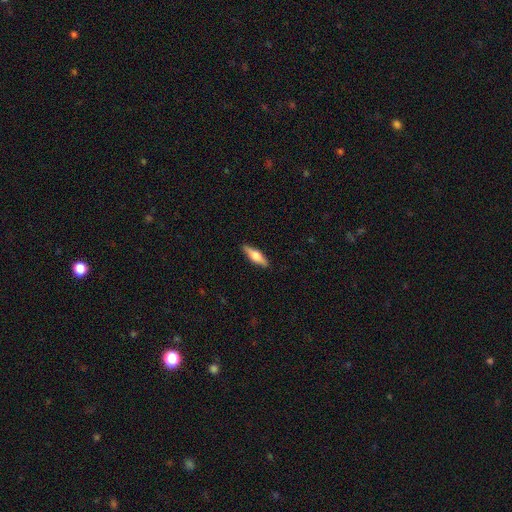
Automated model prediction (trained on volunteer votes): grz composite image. It shows a smooth galaxy with no disk features (50%) that is cigar-shaped (57%). Merging: none (89%).